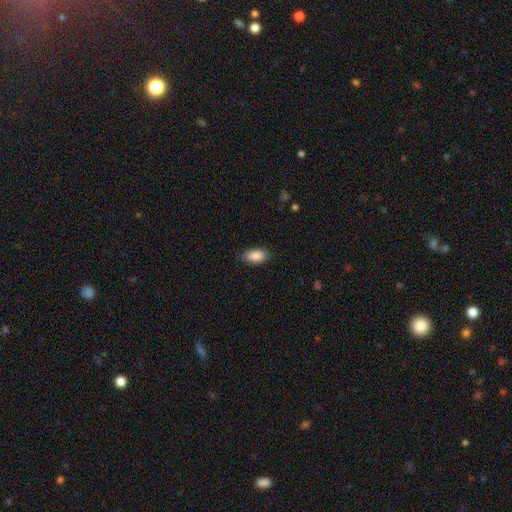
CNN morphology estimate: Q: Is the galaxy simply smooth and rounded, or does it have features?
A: smooth — 89%.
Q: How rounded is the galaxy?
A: in between — 93%.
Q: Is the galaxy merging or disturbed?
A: none — 84%.